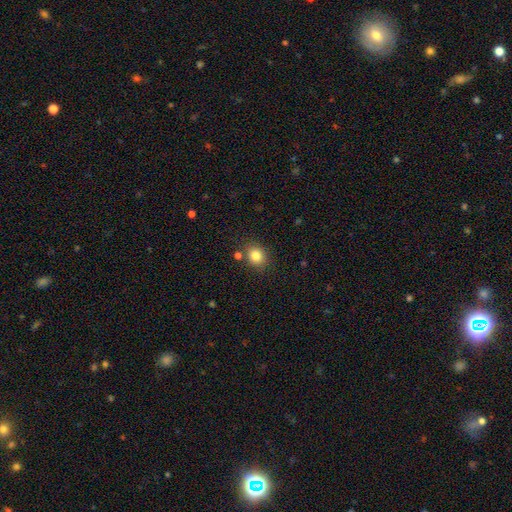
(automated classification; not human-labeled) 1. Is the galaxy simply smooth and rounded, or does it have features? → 83% smooth, 11% star or artifact, 6% featured or disk.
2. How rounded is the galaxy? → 66% round, 33% in between, 1% cigar-shaped.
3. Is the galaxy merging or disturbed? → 80% none, 10% minor disturbance, 6% merger, 3% major disturbance.